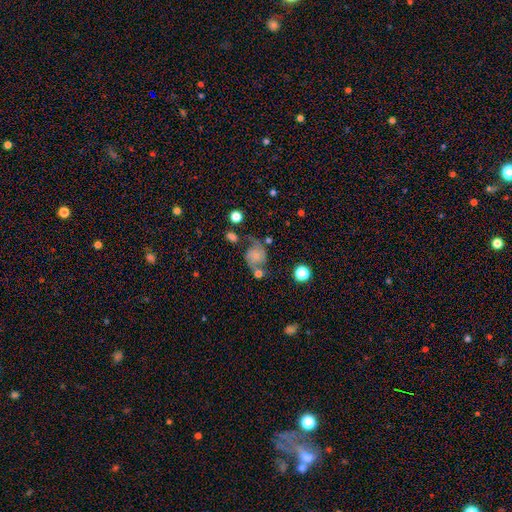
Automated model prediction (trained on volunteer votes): This appears to be a featured or disk galaxy (61%) with no bar (75%), 2 (86%) loose (43%) spiral arms (90%) and no central bulge (37%). Merging: none (44%).